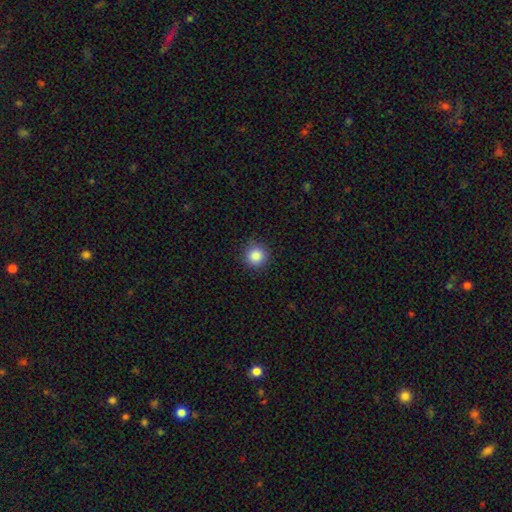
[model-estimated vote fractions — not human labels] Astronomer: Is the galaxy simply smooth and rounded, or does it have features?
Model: smooth — 87%.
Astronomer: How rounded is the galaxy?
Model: round — 94%.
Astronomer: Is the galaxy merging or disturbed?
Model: none — 90%.